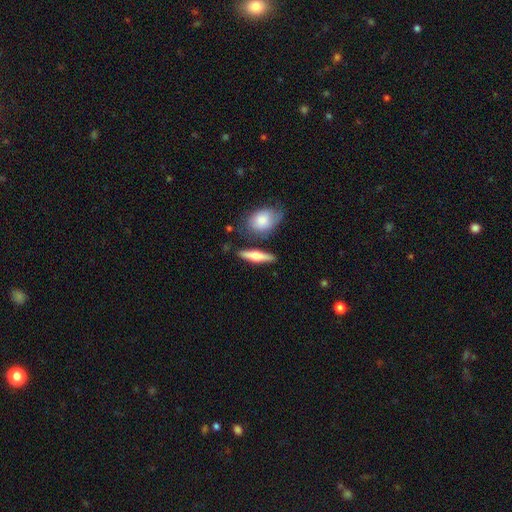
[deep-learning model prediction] Smooth or featured?
  - featured or disk: 48% *
  - smooth: 46%
  - star or artifact: 6%
Merging?
  - none: 79% *
  - minor disturbance: 11%
  - merger: 7%
  - major disturbance: 3%